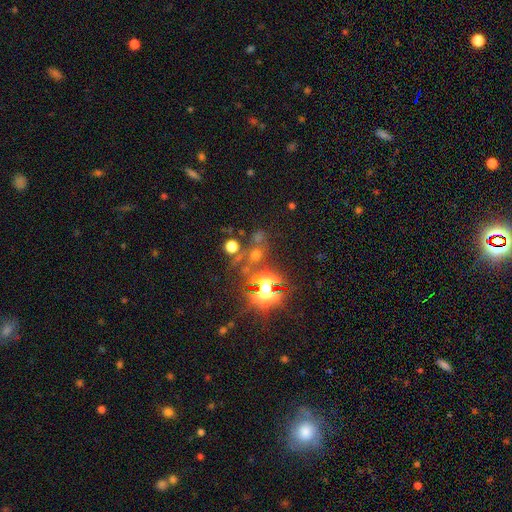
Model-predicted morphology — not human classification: Smooth or featured: star or artifact — 60% (smooth — 31%)